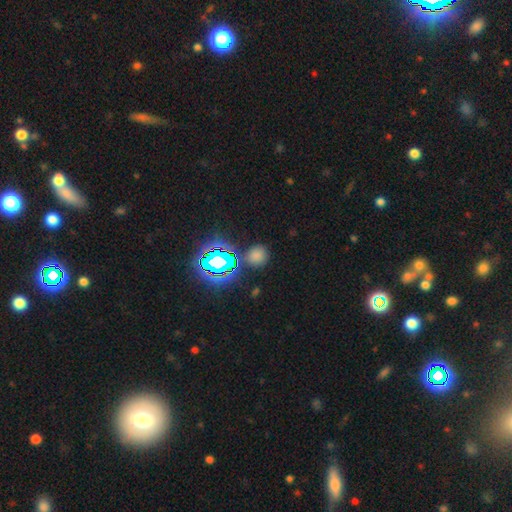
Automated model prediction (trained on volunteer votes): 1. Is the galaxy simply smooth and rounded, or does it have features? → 64% smooth, 29% star or artifact, 7% featured or disk.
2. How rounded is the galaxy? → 85% round, 14% in between, 1% cigar-shaped.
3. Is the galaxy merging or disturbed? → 80% none, 11% minor disturbance, 5% merger, 4% major disturbance.